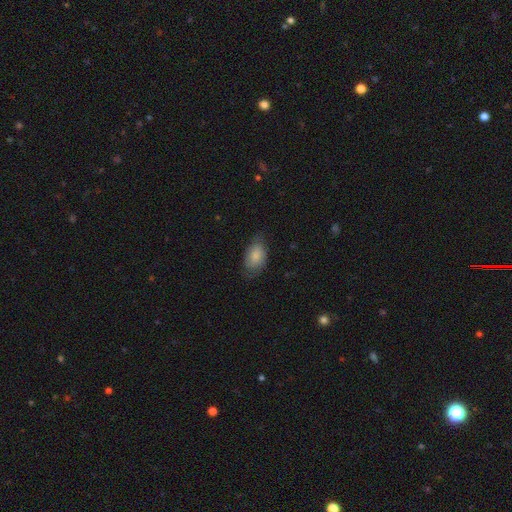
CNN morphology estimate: A smooth galaxy with no disk features (79%) that is in between round and cigar-shaped (90%).

Vote fractions:
- Smooth or featured? smooth: 79% / featured or disk: 14% / star or artifact: 7%
- How rounded? in between: 90% / round: 9% / cigar-shaped: 2%
- Merging? none: 66% / minor disturbance: 26% / major disturbance: 7% / merger: 1%